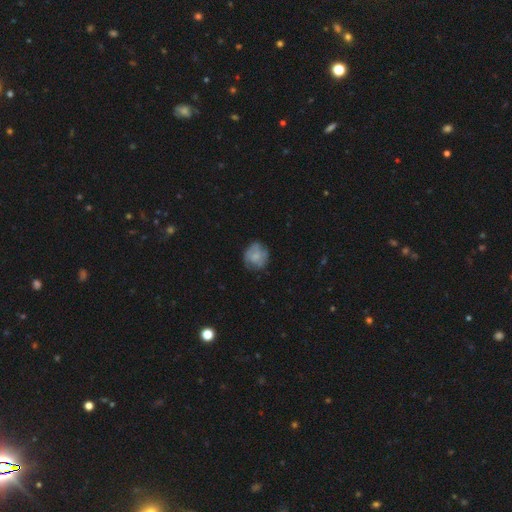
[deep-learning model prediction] smooth-or-featured: smooth: 56% | featured or disk: 36% | star or artifact: 8%
  how-rounded: round: 80% | in between: 19% | cigar-shaped: 1%
  merging: none: 69% | minor disturbance: 22% | major disturbance: 8% | merger: 1%